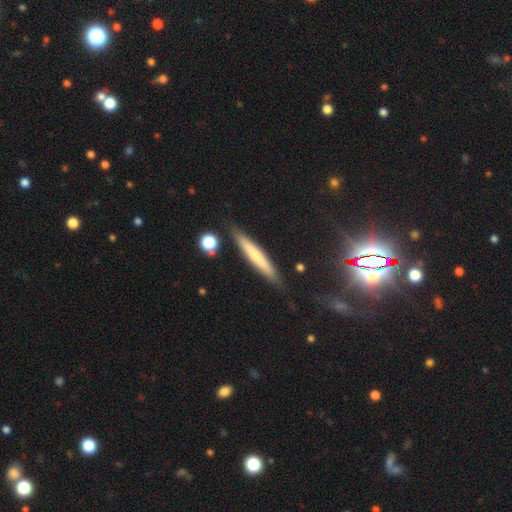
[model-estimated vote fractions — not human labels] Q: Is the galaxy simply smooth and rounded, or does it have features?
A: smooth — 60%.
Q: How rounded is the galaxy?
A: cigar-shaped — 94%.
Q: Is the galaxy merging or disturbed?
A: none — 86%.